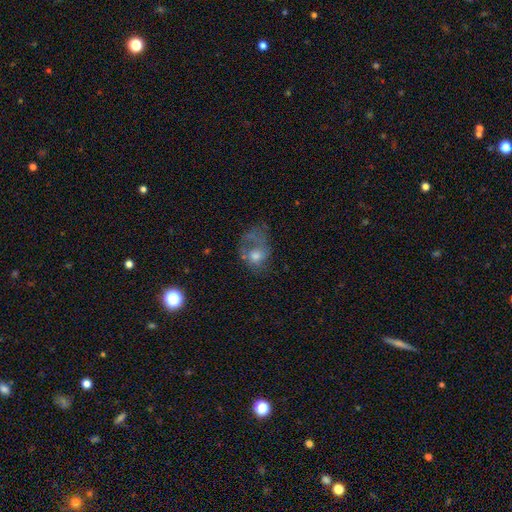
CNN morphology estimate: smooth-or-featured: smooth: 45% | featured or disk: 42% | star or artifact: 13%
  merging: major disturbance: 48% | none: 27% | minor disturbance: 19% | merger: 5%